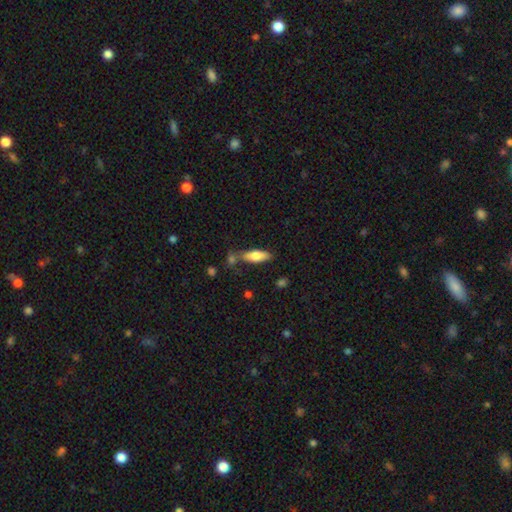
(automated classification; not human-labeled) Overall: smooth (73%). How rounded: in between (58%; cigar-shaped 40%). Merging: none (66%).